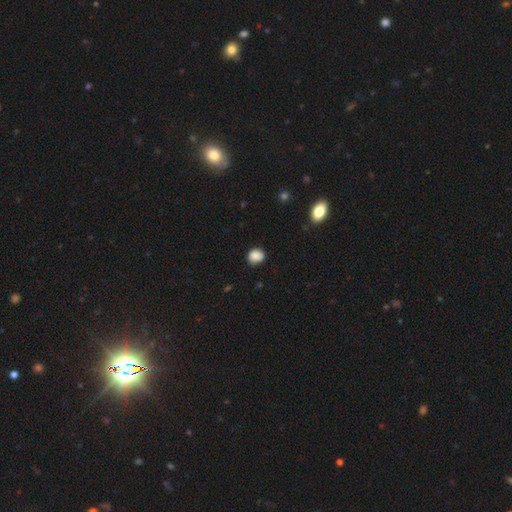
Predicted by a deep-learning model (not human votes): Smooth or featured: smooth — 86% (star or artifact — 10%)
How rounded: round — 62% (in between — 37%)
Merging: none — 76% (minor disturbance — 19%)